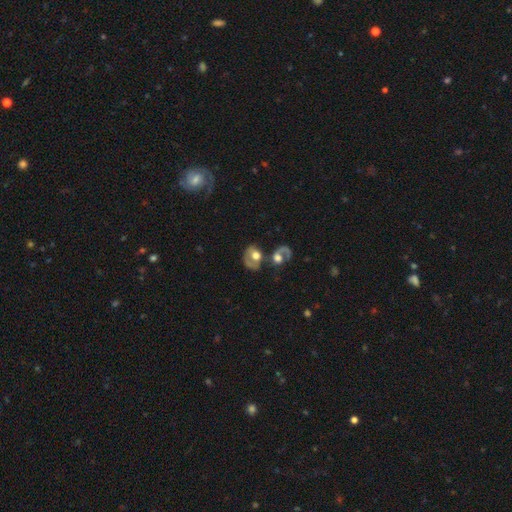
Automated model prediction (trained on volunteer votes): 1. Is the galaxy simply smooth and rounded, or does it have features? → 47% smooth, 44% featured or disk, 9% star or artifact.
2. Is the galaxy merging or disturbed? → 42% merger, 30% none, 16% major disturbance, 12% minor disturbance.